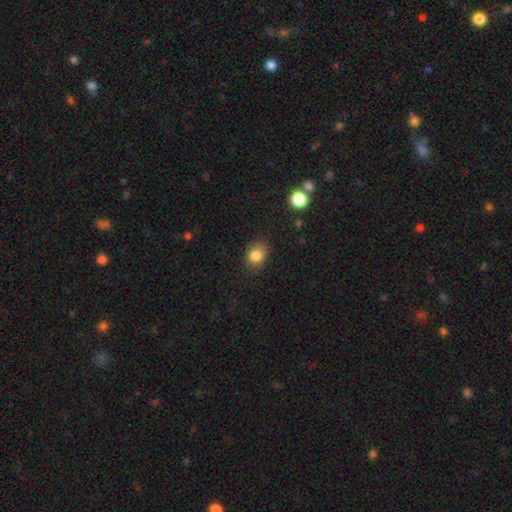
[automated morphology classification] A smooth galaxy with no disk features (83%) that is round (52%). Merging: none (77%).